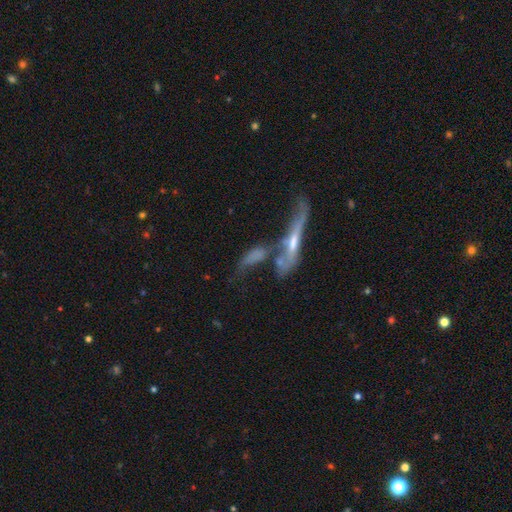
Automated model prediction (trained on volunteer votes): Morphology: type=featured or disk (51%); edge-on=yes (51%); merging=merger (53%).